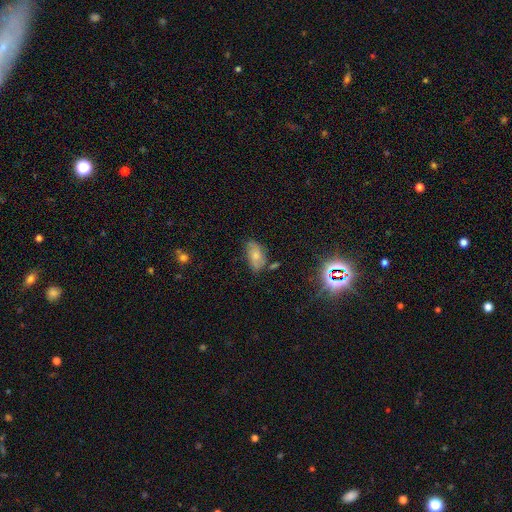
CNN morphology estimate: Smooth or featured: smooth — 62% (featured or disk — 26%)
How rounded: in between — 90% (round — 6%)
Merging: none — 56% (minor disturbance — 29%)